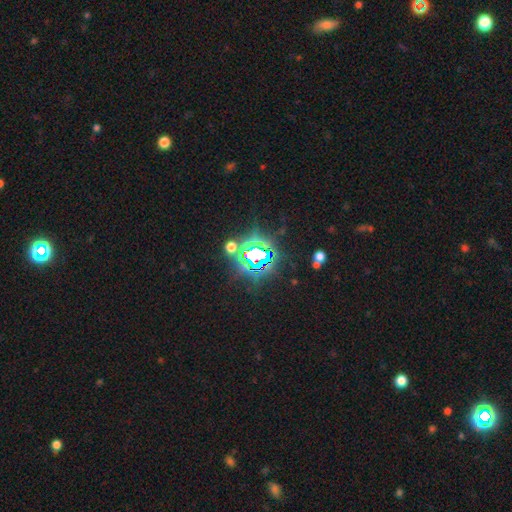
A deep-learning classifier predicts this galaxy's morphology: Smooth or featured?
  - star or artifact: 78% *
  - smooth: 13%
  - featured or disk: 10%